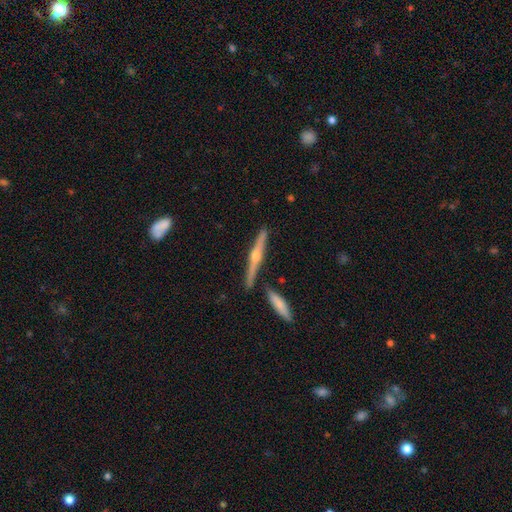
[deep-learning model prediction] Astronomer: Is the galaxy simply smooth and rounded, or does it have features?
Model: featured or disk — 78%.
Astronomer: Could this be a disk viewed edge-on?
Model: yes — 98%.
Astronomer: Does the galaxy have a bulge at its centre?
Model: rounded — 92%.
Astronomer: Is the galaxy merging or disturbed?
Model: none — 84%.